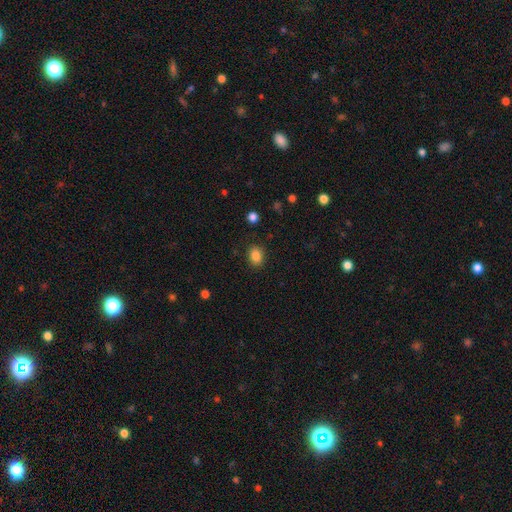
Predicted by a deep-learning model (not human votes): Smooth or featured? smooth (86%)
How rounded? in between (61%)
Merging? none (86%)